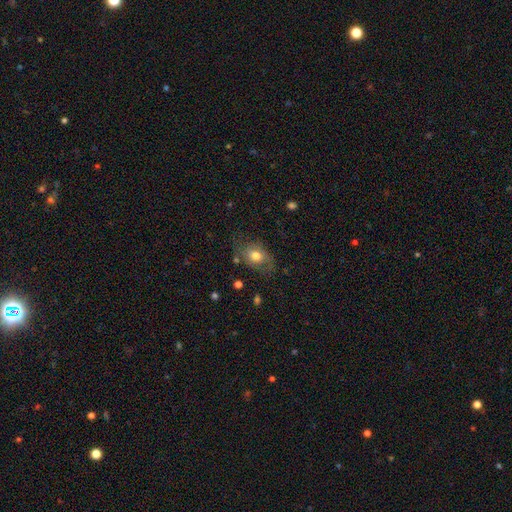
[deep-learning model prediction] smooth_or_featured: smooth (p=0.61) [alt: featured or disk p=0.29]
how_rounded: in between (p=0.70) [alt: round p=0.29]
merging: none (p=0.62) [alt: minor disturbance p=0.24]